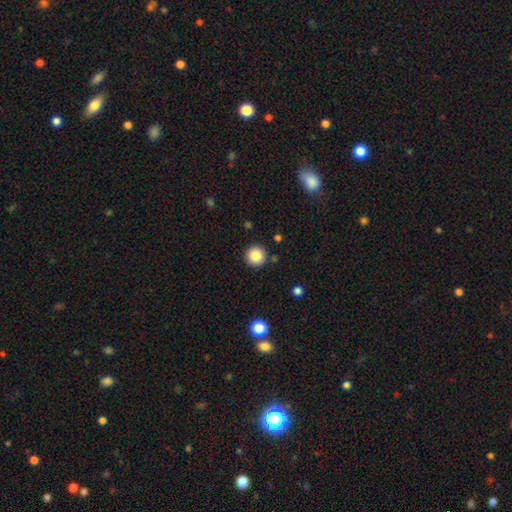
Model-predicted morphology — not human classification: A smooth galaxy with no disk features (86%) that is round (96%). Merging: none (90%).